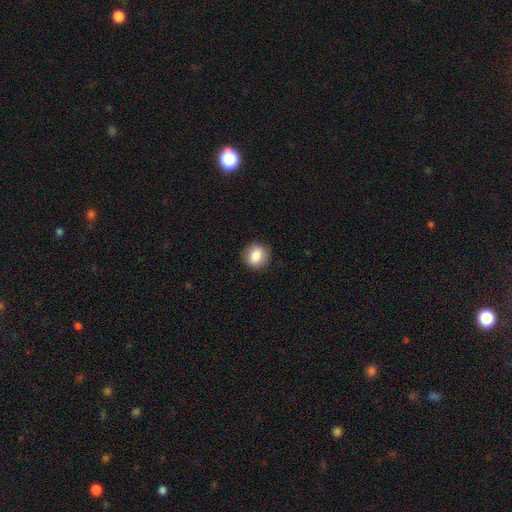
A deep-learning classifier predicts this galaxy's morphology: A smooth galaxy with no disk features (85%) that is round (83%).

Vote fractions:
- Smooth or featured? smooth: 85% / star or artifact: 9% / featured or disk: 7%
- How rounded? round: 83% / in between: 15% / cigar-shaped: 1%
- Merging? none: 90% / minor disturbance: 7% / major disturbance: 2% / merger: 1%